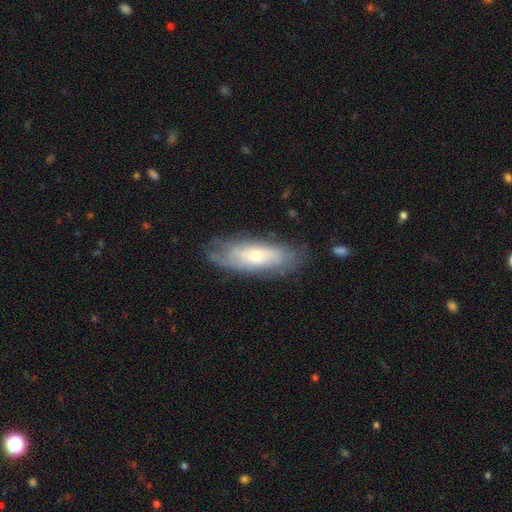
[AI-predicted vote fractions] Q: Smooth or featured?
A: featured or disk (56%); runner-up: smooth (37%)
Q: Edge-on disk?
A: no (78%); runner-up: yes (22%)
Q: Merging?
A: none (72%); runner-up: minor disturbance (20%)